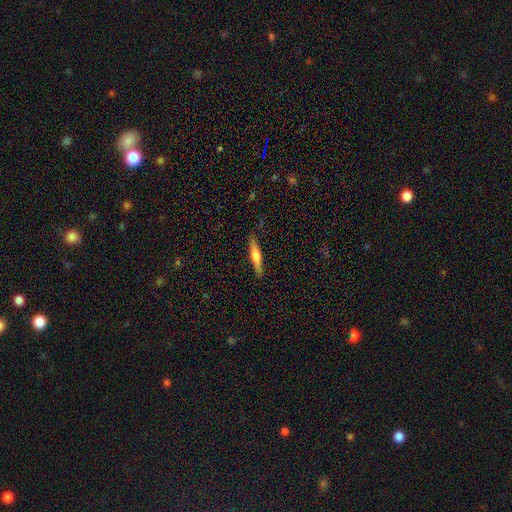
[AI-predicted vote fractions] The model was most divided on "smooth or featured": smooth: 50%, featured or disk: 44%, star or artifact: 6%. More confident: how rounded — cigar-shaped (89%); merging — none (88%).